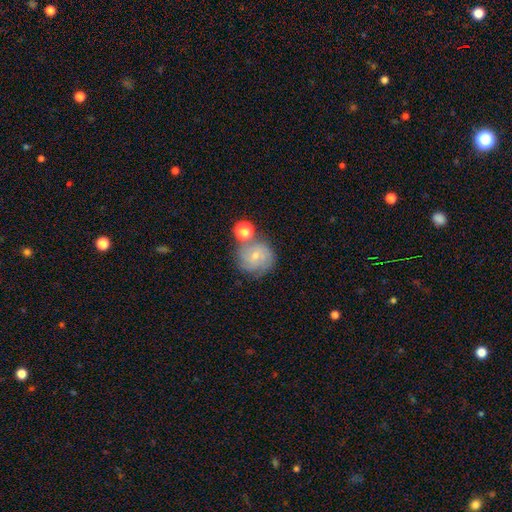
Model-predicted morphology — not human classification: Smooth or featured?
  - featured or disk: 45% *
  - smooth: 44%
  - star or artifact: 11%
Merging?
  - none: 57% *
  - merger: 19%
  - minor disturbance: 16%
  - major disturbance: 8%